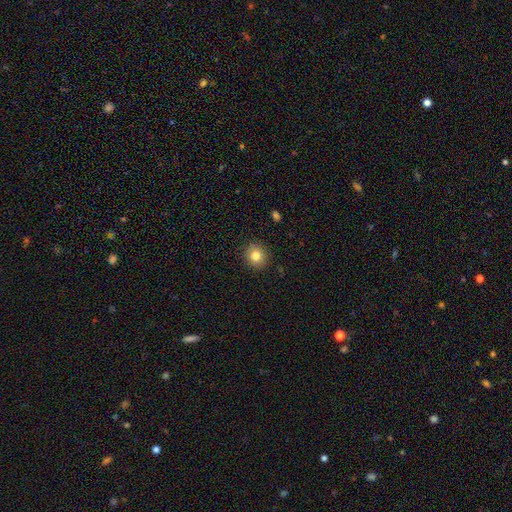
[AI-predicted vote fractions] Q: Smooth or featured?
A: smooth (82%); runner-up: star or artifact (11%)
Q: How rounded?
A: round (86%); runner-up: in between (13%)
Q: Merging?
A: none (90%); runner-up: minor disturbance (6%)